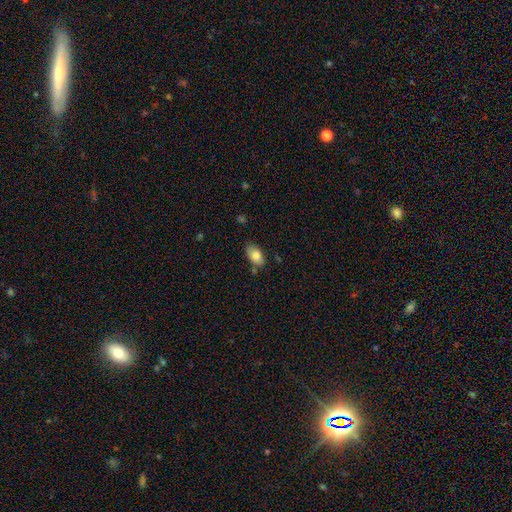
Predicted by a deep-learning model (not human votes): The model was most divided on "merging": none: 70%, minor disturbance: 21%, merger: 5%, major disturbance: 4%. More confident: how rounded — in between (91%); smooth or featured — smooth (82%).